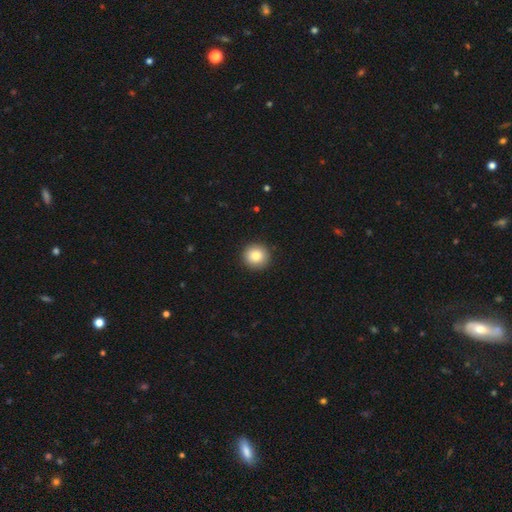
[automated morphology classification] This appears to be a smooth galaxy with no disk features (84%) that is round (95%). Merging: none (92%).